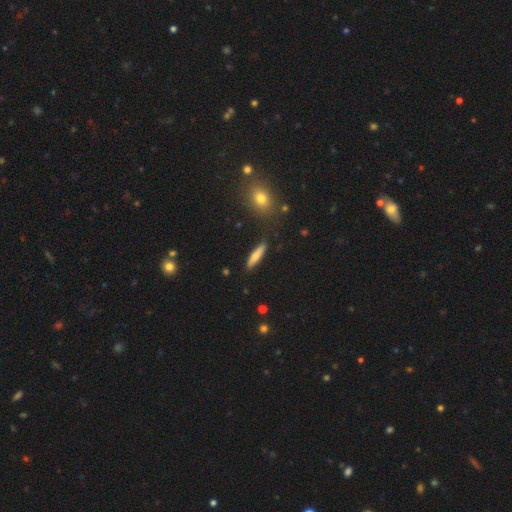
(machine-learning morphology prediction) smooth_or_featured: smooth (p=0.70) [alt: featured or disk p=0.23]
how_rounded: cigar-shaped (p=0.80) [alt: in between p=0.18]
merging: none (p=0.87) [alt: minor disturbance p=0.09]